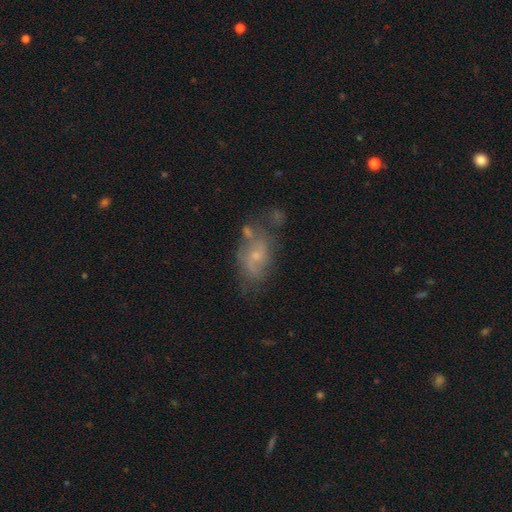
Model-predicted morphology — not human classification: Q: Smooth or featured?
A: featured or disk (54%); runner-up: smooth (34%)
Q: Edge-on disk?
A: no (95%); runner-up: yes (5%)
Q: Bar?
A: no (71%); runner-up: weak (24%)
Q: Spiral arms?
A: yes (58%); runner-up: no (42%)
Q: Bulge size?
A: small (66%); runner-up: moderate (24%)
Q: Merging?
A: none (44%); runner-up: minor disturbance (25%)